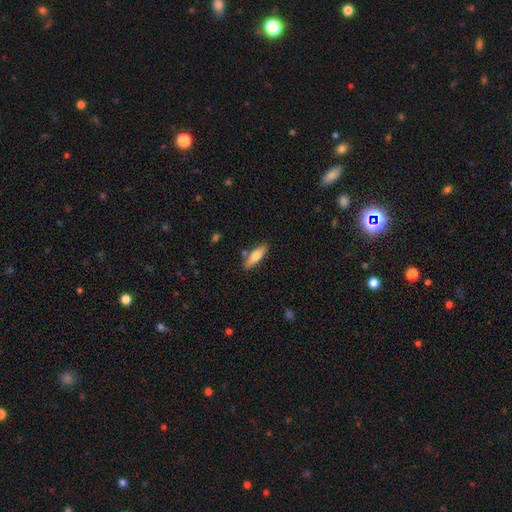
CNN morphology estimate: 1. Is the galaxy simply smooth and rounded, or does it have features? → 62% smooth, 32% featured or disk, 6% star or artifact.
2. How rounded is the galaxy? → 56% cigar-shaped, 42% in between, 2% round.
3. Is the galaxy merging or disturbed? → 81% none, 11% minor disturbance, 5% merger, 2% major disturbance.